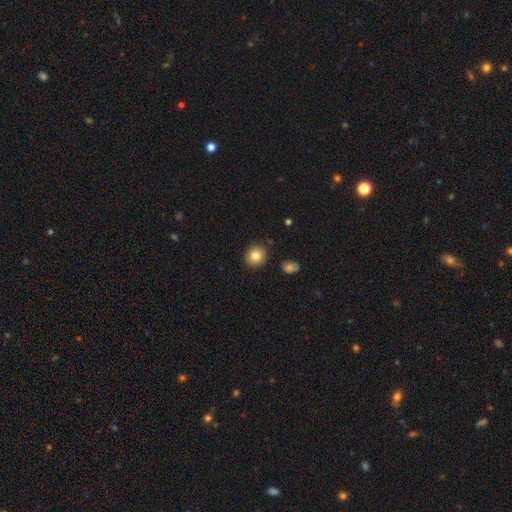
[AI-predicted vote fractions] Q: Smooth or featured?
A: smooth (81%); runner-up: star or artifact (9%)
Q: How rounded?
A: round (85%); runner-up: in between (14%)
Q: Merging?
A: none (89%); runner-up: minor disturbance (7%)